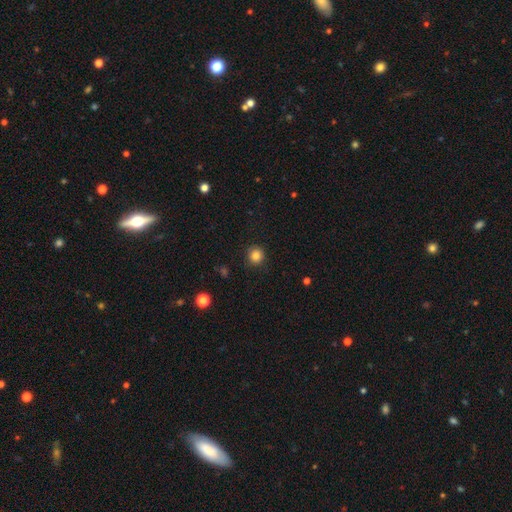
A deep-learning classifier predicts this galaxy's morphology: Q: Smooth or featured?
A: smooth (84%); runner-up: star or artifact (11%)
Q: How rounded?
A: round (93%); runner-up: in between (6%)
Q: Merging?
A: none (90%); runner-up: minor disturbance (7%)